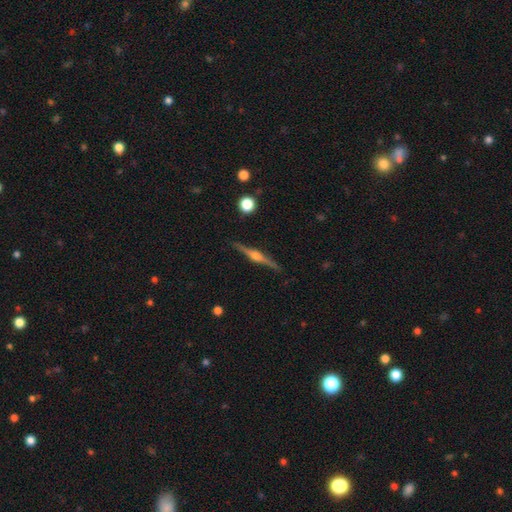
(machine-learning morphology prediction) The model was most divided on "smooth or featured": featured or disk: 83%, smooth: 11%, star or artifact: 6%. More confident: edge-on disk — yes (98%); edge-on bulge — rounded (91%); merging — none (90%).